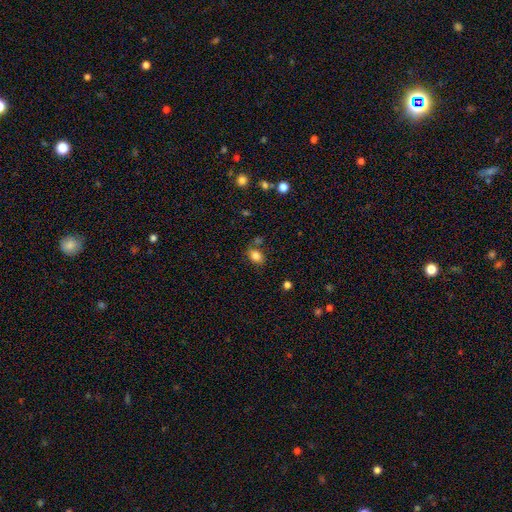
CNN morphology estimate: This appears to be a smooth galaxy with no disk features (82%) that is in between round and cigar-shaped (70%). Merging: none (70%).